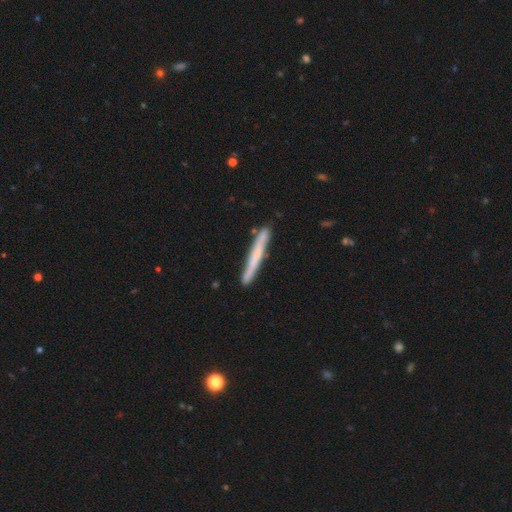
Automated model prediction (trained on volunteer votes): smooth 51%, featured or disk 43%, star or artifact 6%. Down the decision tree: how rounded — cigar-shaped (97%); merging — none (85%).